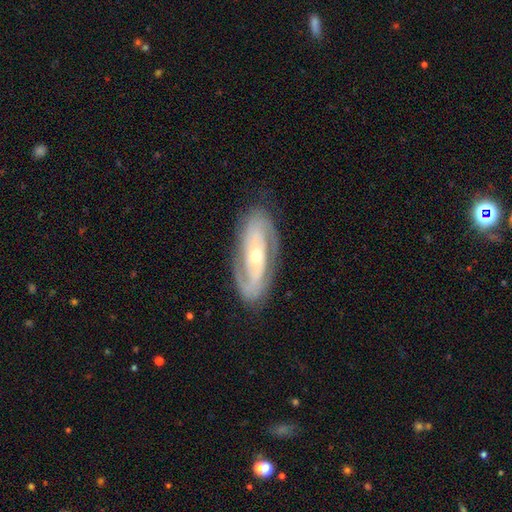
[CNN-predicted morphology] Smooth or featured?
  - featured or disk: 84% *
  - smooth: 11%
  - star or artifact: 5%
Edge-on disk?
  - no: 91% *
  - yes: 9%
Bar?
  - no: 61% *
  - weak: 23%
  - strong: 16%
Spiral arms?
  - yes: 88% *
  - no: 12%
Spiral winding?
  - tight: 58% *
  - medium: 32%
  - loose: 10%
Spiral arm count?
  - 2: 74% *
  - can't tell: 15%
  - 3: 5%
  - 1: 3%
  - 4: 2%
  - more than 4: 2%
Bulge size?
  - moderate: 53% *
  - small: 43%
  - large: 3%
  - dominant: 1%
  - none: 1%
Merging?
  - none: 81% *
  - minor disturbance: 13%
  - major disturbance: 5%
  - merger: 1%